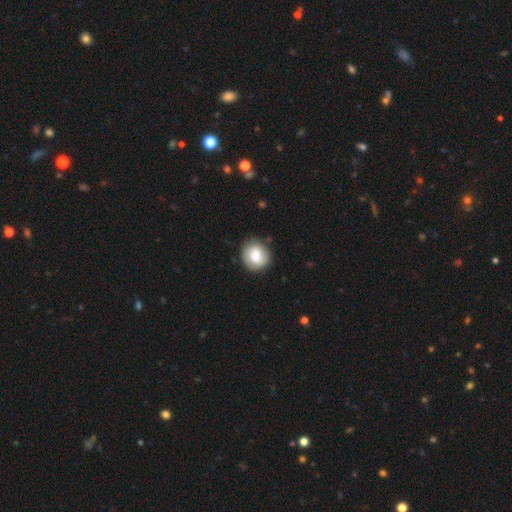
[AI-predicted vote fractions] Smooth or featured: smooth — 79% (featured or disk — 13%)
How rounded: round — 80% (in between — 19%)
Merging: none — 79% (minor disturbance — 15%)